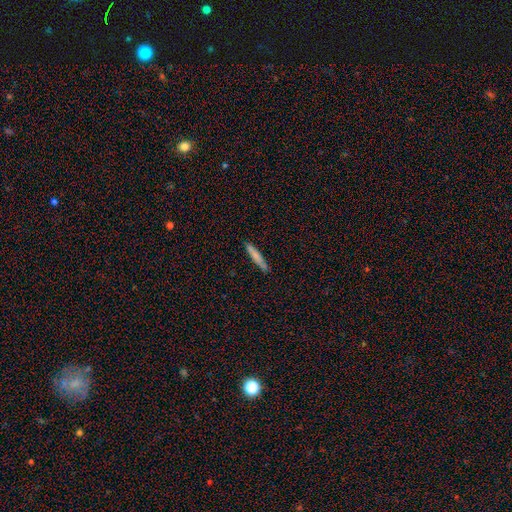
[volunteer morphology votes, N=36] smooth-or-featured: smooth: 69% | featured or disk: 28% | star or artifact: 3%
  how-rounded: cigar-shaped: 92% | in between: 8% | round: 0%
  merging: none: 89% | merger: 6% | minor disturbance: 3% | major disturbance: 3%